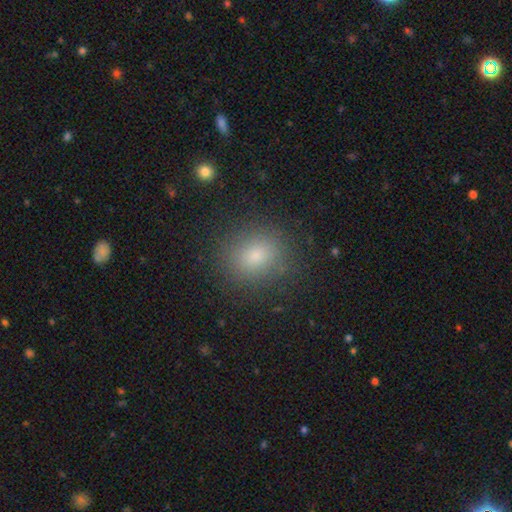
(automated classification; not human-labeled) A smooth galaxy with no disk features (79%) that is round (67%). Merging: none (86%).